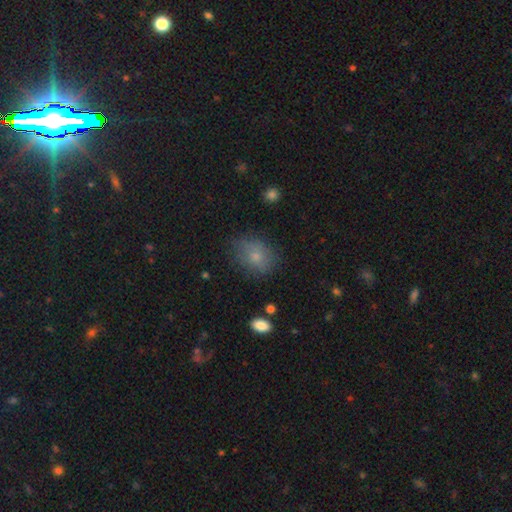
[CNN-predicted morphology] smooth 75%, featured or disk 14%, star or artifact 11%. Down the decision tree: how rounded — in between (58%); merging — none (70%).